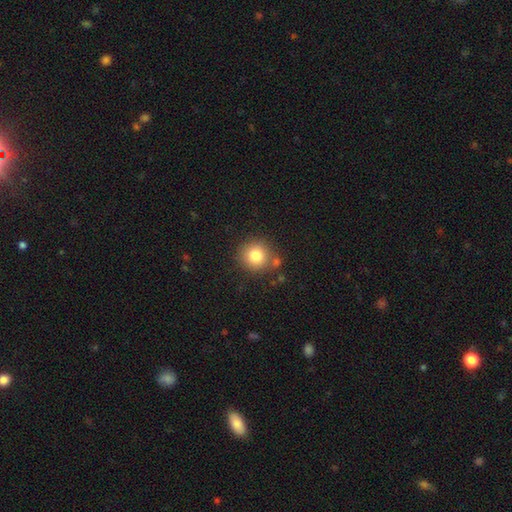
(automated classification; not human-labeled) smooth_or_featured: smooth (p=0.82) [alt: star or artifact p=0.11]
how_rounded: round (p=0.92) [alt: in between p=0.07]
merging: none (p=0.81) [alt: minor disturbance p=0.10]